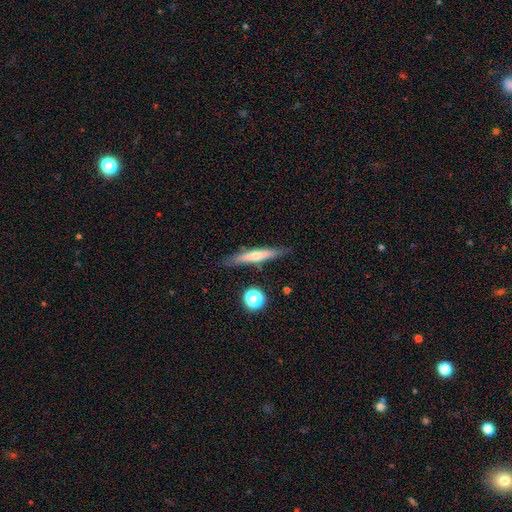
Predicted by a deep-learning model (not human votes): Overall: featured or disk (51%; smooth 41%). Edge-on disk: yes (93%). Merging: none (86%).